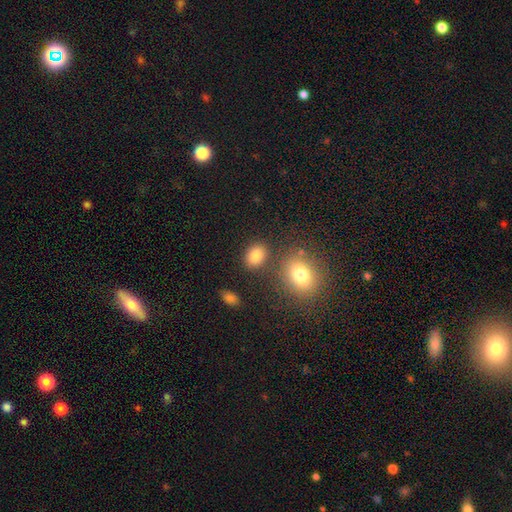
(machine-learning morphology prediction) smooth_or_featured: smooth (p=0.84) [alt: star or artifact p=0.11]
how_rounded: in between (p=0.66) [alt: round p=0.33]
merging: none (p=0.78) [alt: minor disturbance p=0.11]